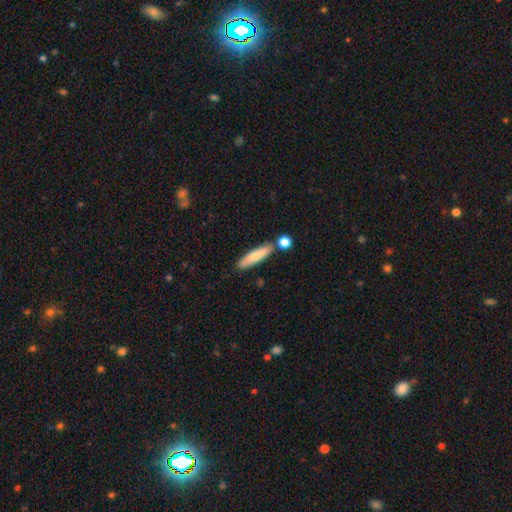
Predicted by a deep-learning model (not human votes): Smooth or featured?
  - smooth: 76% *
  - featured or disk: 18%
  - star or artifact: 6%
How rounded?
  - cigar-shaped: 83% *
  - in between: 15%
  - round: 2%
Merging?
  - none: 76% *
  - minor disturbance: 11%
  - merger: 10%
  - major disturbance: 3%